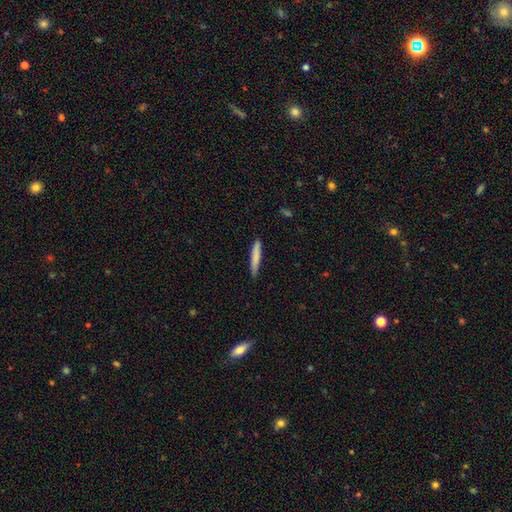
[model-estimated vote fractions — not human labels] Smooth or featured?
  - smooth: 78% *
  - featured or disk: 16%
  - star or artifact: 6%
How rounded?
  - cigar-shaped: 94% *
  - in between: 5%
  - round: 1%
Merging?
  - none: 87% *
  - minor disturbance: 10%
  - major disturbance: 2%
  - merger: 1%